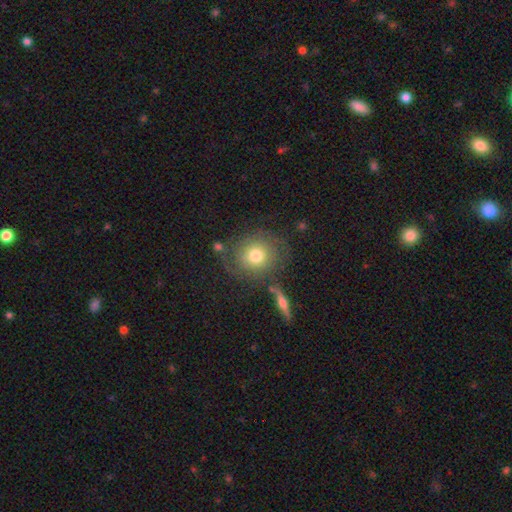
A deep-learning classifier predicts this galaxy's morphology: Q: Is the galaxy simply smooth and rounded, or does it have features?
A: smooth — 52%.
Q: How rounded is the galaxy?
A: round — 84%.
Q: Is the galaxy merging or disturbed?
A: none — 72%.